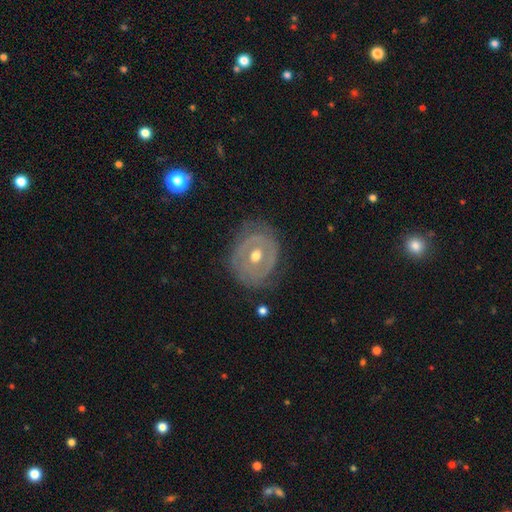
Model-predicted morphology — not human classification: The model was most divided on "spiral arms": yes: 55%, no: 45%. More confident: edge-on disk — no (95%); smooth or featured — featured or disk (75%); bulge size — moderate (74%); merging — none (70%); bar — no (59%).